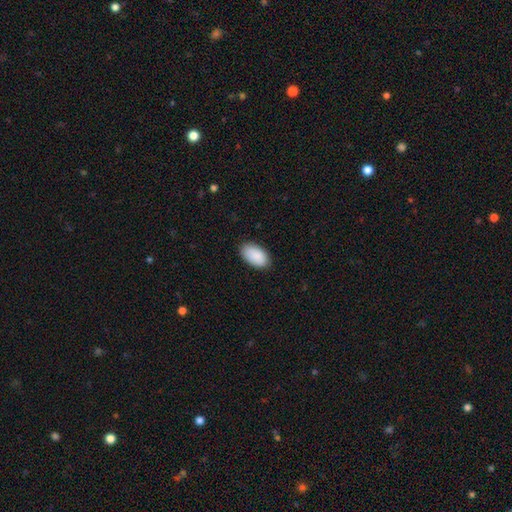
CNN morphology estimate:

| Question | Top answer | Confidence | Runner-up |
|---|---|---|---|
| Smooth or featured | smooth | 91% | star or artifact (6%) |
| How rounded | in between | 96% | round (3%) |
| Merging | none | 87% | minor disturbance (11%) |